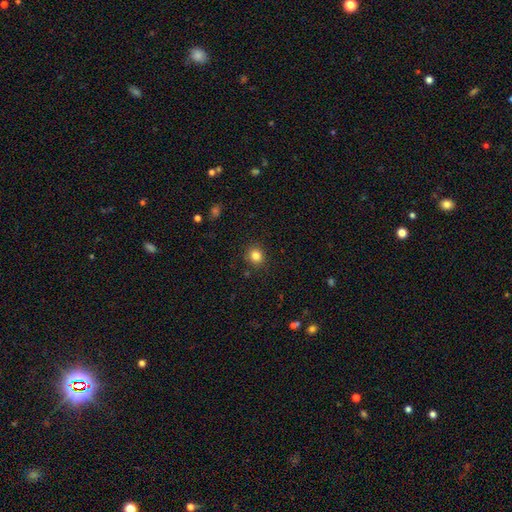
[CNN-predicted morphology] A smooth galaxy with no disk features (83%) that is round (85%). Merging: none (89%).